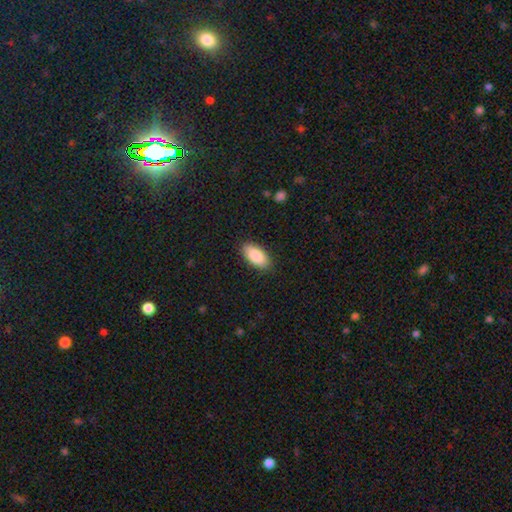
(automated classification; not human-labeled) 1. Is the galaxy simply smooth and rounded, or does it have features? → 87% smooth, 7% featured or disk, 6% star or artifact.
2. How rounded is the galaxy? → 92% in between, 6% cigar-shaped, 2% round.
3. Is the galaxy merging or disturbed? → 88% none, 9% minor disturbance, 2% major disturbance, 1% merger.